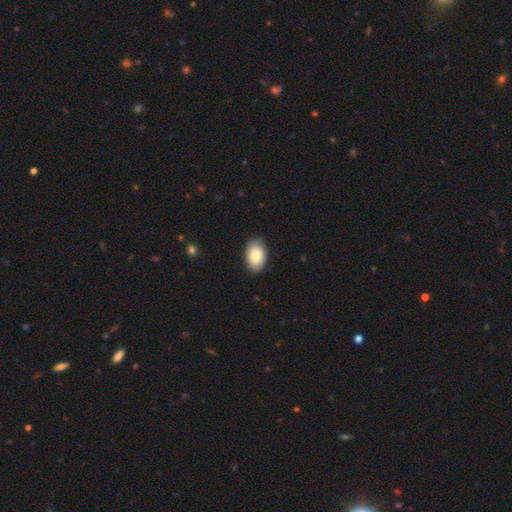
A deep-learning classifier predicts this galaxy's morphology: The model was most divided on "merging": none: 84%, minor disturbance: 13%, major disturbance: 2%, merger: 1%. More confident: how rounded — in between (90%); smooth or featured — smooth (83%).